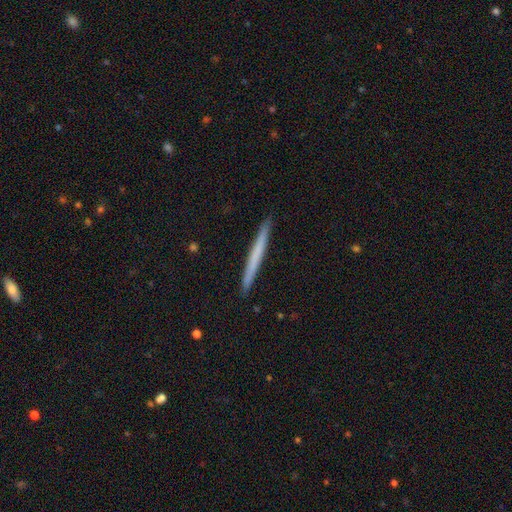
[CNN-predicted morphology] Q: Smooth or featured?
A: smooth (57%); runner-up: featured or disk (37%)
Q: How rounded?
A: cigar-shaped (97%); runner-up: in between (1%)
Q: Merging?
A: none (93%); runner-up: minor disturbance (5%)